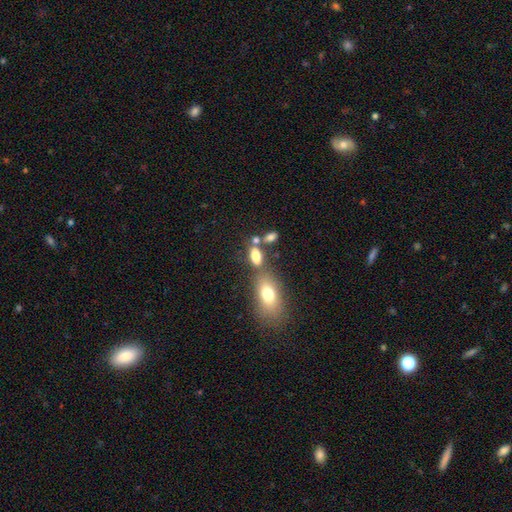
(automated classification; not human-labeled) The model was most divided on "merging": none: 45%, merger: 36%, minor disturbance: 13%, major disturbance: 6%. More confident: how rounded — in between (83%); smooth or featured — smooth (75%).